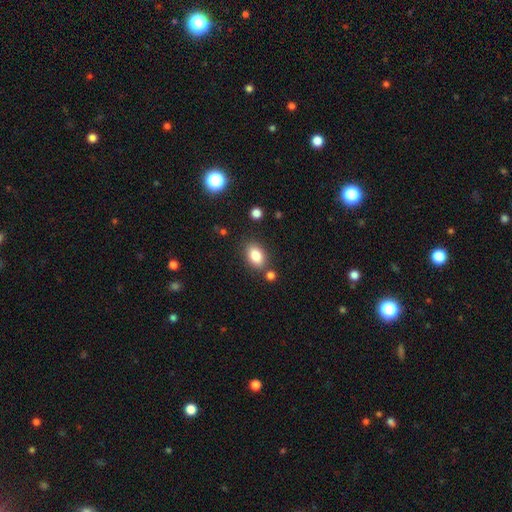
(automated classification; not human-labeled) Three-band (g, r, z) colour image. It shows a smooth galaxy with no disk features (84%) that is in between round and cigar-shaped (85%). Merging: none (78%).